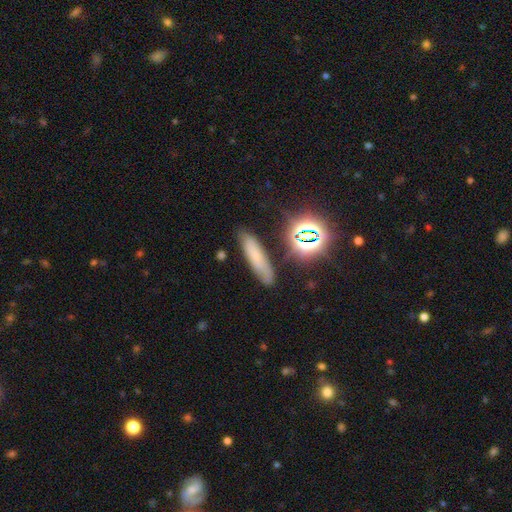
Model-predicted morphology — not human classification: Overall: smooth (57%; featured or disk 22%). How rounded: cigar-shaped (69%). Merging: none (77%).